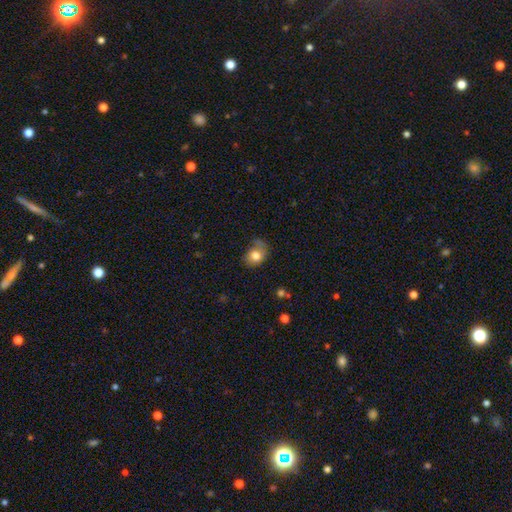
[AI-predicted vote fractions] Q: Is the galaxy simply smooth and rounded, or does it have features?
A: smooth — 76%.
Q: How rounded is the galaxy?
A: in between — 54%.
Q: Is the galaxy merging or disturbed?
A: none — 50%.